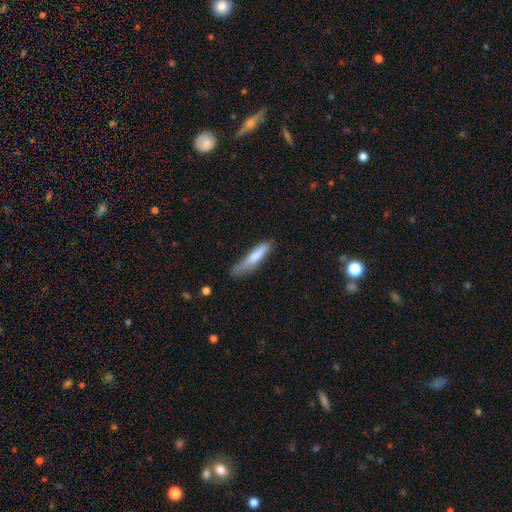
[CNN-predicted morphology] Q: Smooth or featured?
A: smooth (77%); runner-up: featured or disk (17%)
Q: How rounded?
A: cigar-shaped (85%); runner-up: in between (14%)
Q: Merging?
A: none (58%); runner-up: minor disturbance (30%)